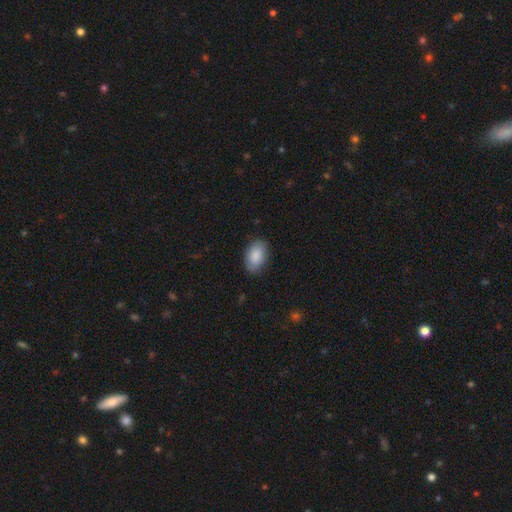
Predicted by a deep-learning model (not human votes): smooth 89%, star or artifact 6%, featured or disk 5%. Down the decision tree: how rounded — in between (92%); merging — none (84%).